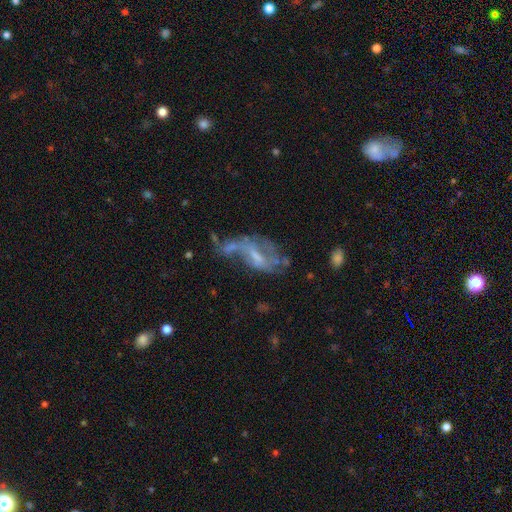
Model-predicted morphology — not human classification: A featured or disk galaxy (67%) with a weak bar (45%), spiral arms (52%) and a small central bulge (42%).

Vote fractions:
- Smooth or featured? featured or disk: 67% / smooth: 22% / star or artifact: 11%
- Edge-on disk? no: 93% / yes: 7%
- Bar? weak: 45% / no: 37% / strong: 18%
- Spiral arms? yes: 52% / no: 48%
- Bulge size? small: 42% / moderate: 29% / none: 24% / large: 3% / dominant: 1%
- Merging? major disturbance: 37% / none: 26% / merger: 19% / minor disturbance: 18%